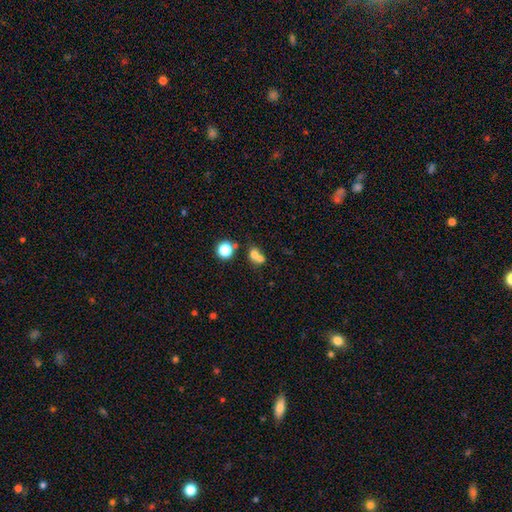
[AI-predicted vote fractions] smooth_or_featured: smooth (p=0.69) [alt: featured or disk p=0.16]
how_rounded: round (p=0.70) [alt: in between p=0.29]
merging: merger (p=0.59) [alt: none p=0.31]